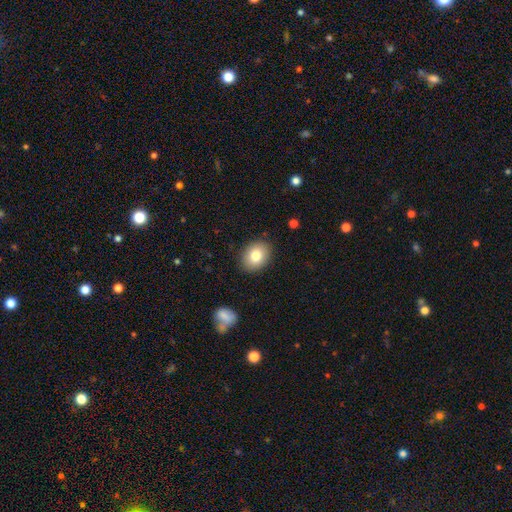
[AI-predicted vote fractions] Morphology: type=smooth (80%); roundness=in between (57%); merging=none (88%).